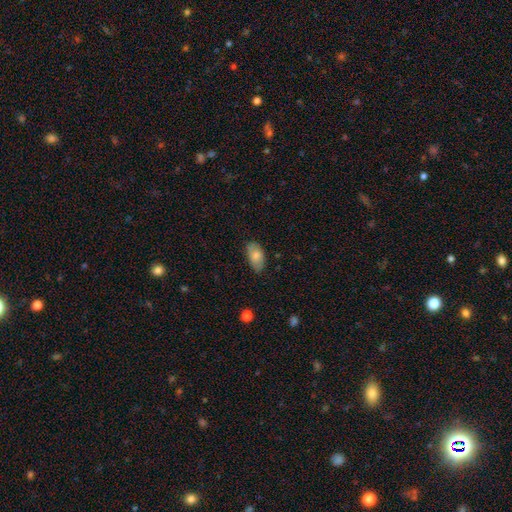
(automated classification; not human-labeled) A smooth galaxy with no disk features (81%) that is in between round and cigar-shaped (94%).

Vote fractions:
- Smooth or featured? smooth: 81% / featured or disk: 13% / star or artifact: 6%
- How rounded? in between: 94% / round: 3% / cigar-shaped: 3%
- Merging? none: 78% / minor disturbance: 18% / major disturbance: 3% / merger: 1%